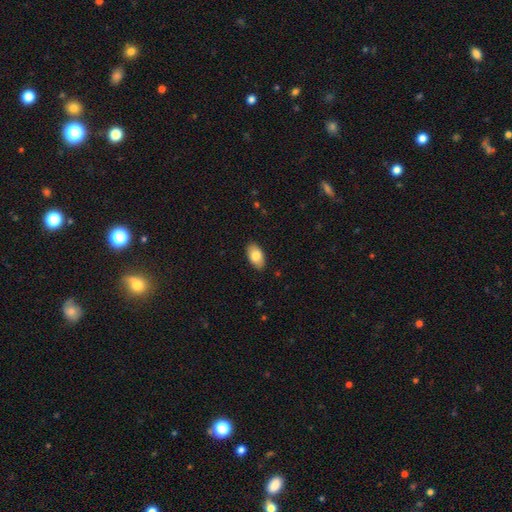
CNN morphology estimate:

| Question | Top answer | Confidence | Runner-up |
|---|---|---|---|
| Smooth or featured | smooth | 82% | featured or disk (12%) |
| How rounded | in between | 94% | round (4%) |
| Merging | none | 88% | minor disturbance (10%) |